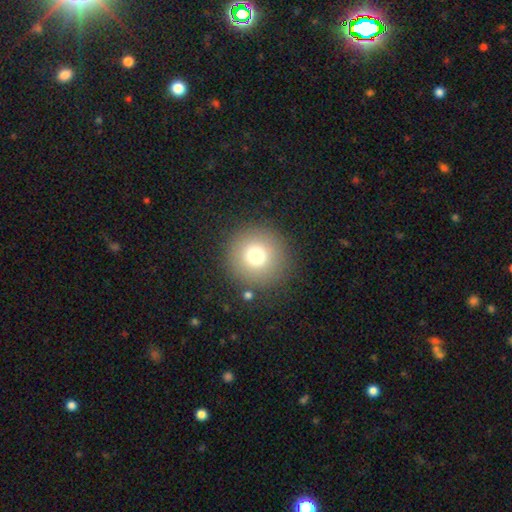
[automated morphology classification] Smooth or featured?
  - smooth: 75% *
  - star or artifact: 14%
  - featured or disk: 11%
How rounded?
  - round: 96% *
  - in between: 3%
  - cigar-shaped: 1%
Merging?
  - none: 88% *
  - minor disturbance: 7%
  - major disturbance: 3%
  - merger: 2%